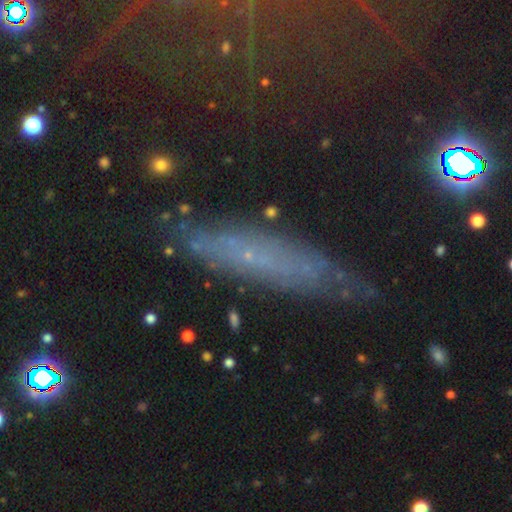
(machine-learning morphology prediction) Overall: featured or disk (47%; smooth 32%). Merging: none (80%).